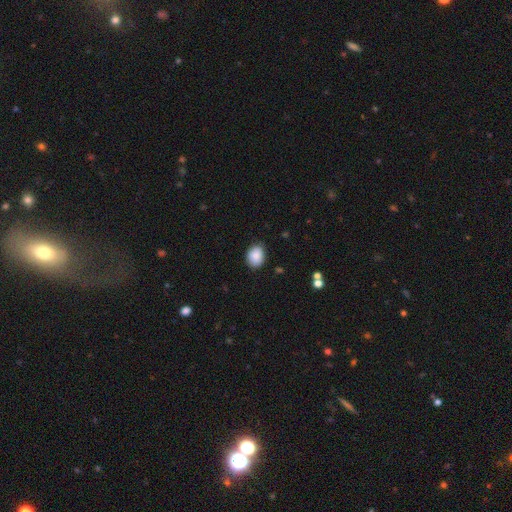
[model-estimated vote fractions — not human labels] A smooth galaxy with no disk features (88%) that is in between round and cigar-shaped (60%).

Vote fractions:
- Smooth or featured? smooth: 88% / star or artifact: 7% / featured or disk: 5%
- How rounded? in between: 60% / round: 39% / cigar-shaped: 1%
- Merging? none: 82% / minor disturbance: 14% / major disturbance: 3% / merger: 1%